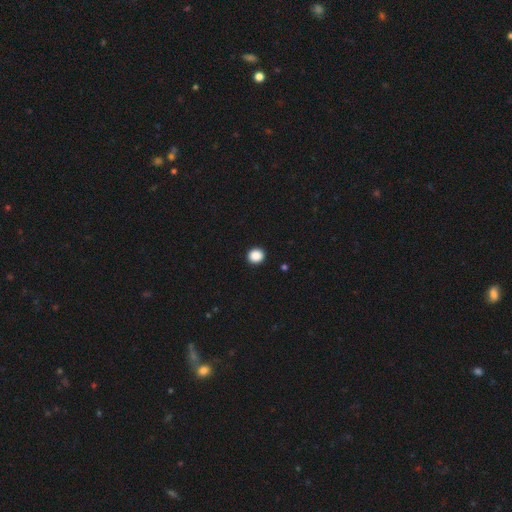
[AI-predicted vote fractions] Smooth or featured?
  - smooth: 89% *
  - star or artifact: 9%
  - featured or disk: 2%
How rounded?
  - round: 88% *
  - in between: 11%
  - cigar-shaped: 1%
Merging?
  - none: 93% *
  - minor disturbance: 4%
  - major disturbance: 1%
  - merger: 1%